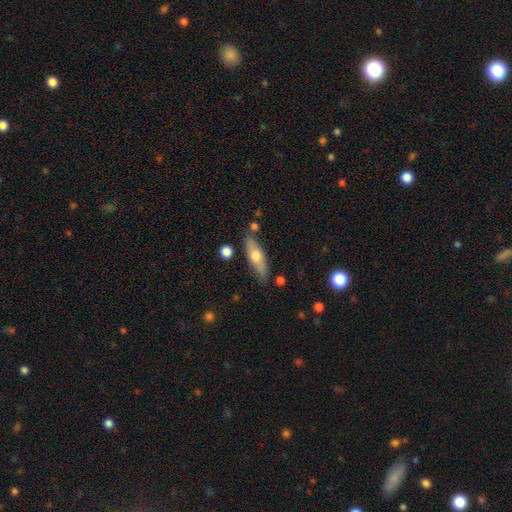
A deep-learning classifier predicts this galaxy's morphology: Smooth or featured? smooth (52%)
How rounded? cigar-shaped (52%)
Merging? none (78%)